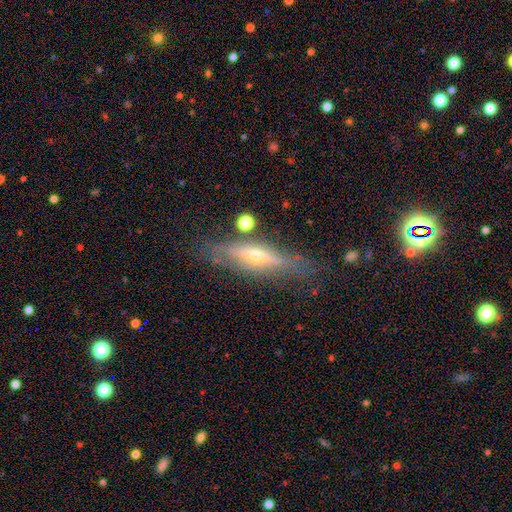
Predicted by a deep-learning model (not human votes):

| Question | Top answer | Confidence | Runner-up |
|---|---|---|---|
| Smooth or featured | featured or disk | 68% | smooth (24%) |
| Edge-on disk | yes | 88% | no (12%) |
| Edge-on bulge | rounded | 84% | none (11%) |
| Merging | none | 74% | minor disturbance (16%) |